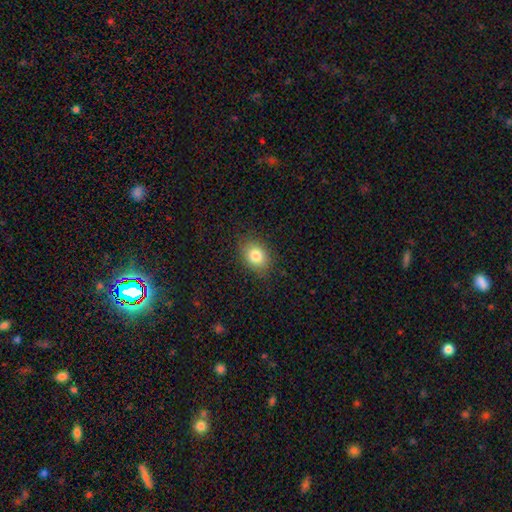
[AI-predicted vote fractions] Morphology: type=smooth (83%); roundness=in between (60%); merging=none (85%).